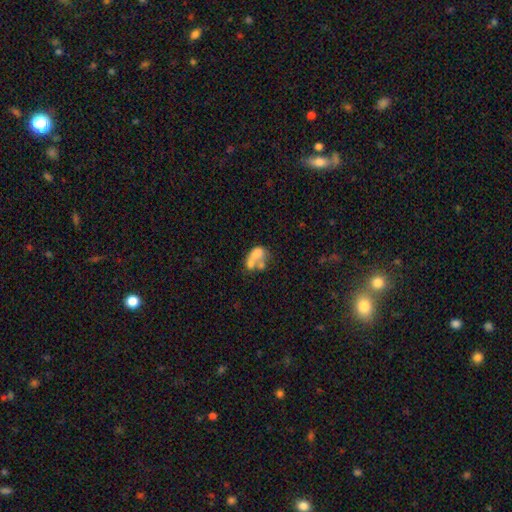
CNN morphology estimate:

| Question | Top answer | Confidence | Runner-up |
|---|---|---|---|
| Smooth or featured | smooth | 55% | featured or disk (34%) |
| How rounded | in between | 77% | round (21%) |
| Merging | merger | 59% | none (18%) |